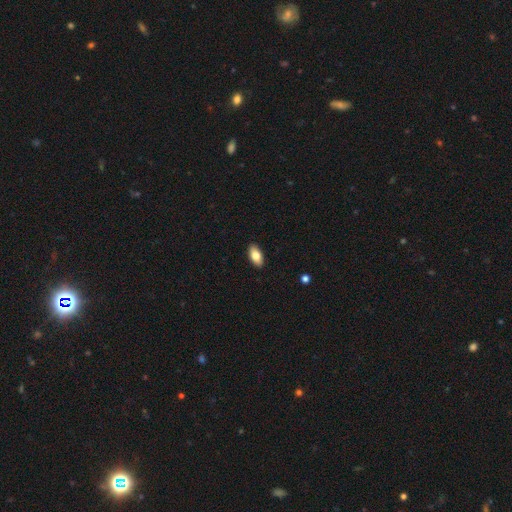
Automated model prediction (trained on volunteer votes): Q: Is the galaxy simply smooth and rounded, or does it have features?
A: smooth — 82%.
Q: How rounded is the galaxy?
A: in between — 93%.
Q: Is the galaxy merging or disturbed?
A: none — 90%.